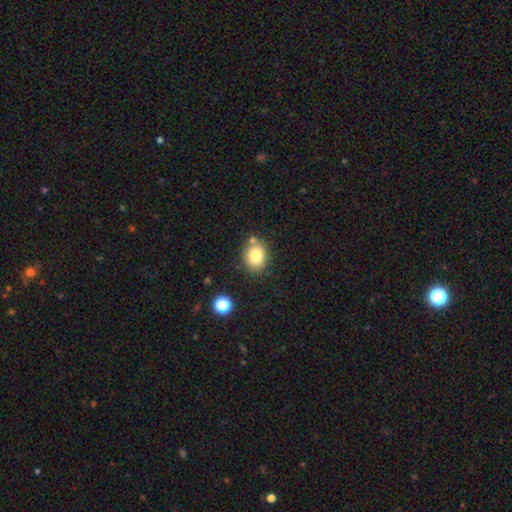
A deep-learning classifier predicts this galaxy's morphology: This appears to be a smooth galaxy with no disk features (82%) that is round (53%). Merging: none (73%).